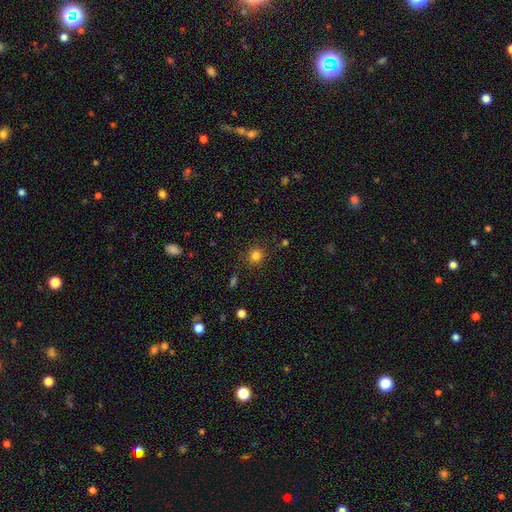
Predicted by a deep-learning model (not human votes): smooth_or_featured: smooth (p=0.81) [alt: star or artifact p=0.14]
how_rounded: round (p=0.89) [alt: in between p=0.10]
merging: none (p=0.85) [alt: minor disturbance p=0.09]